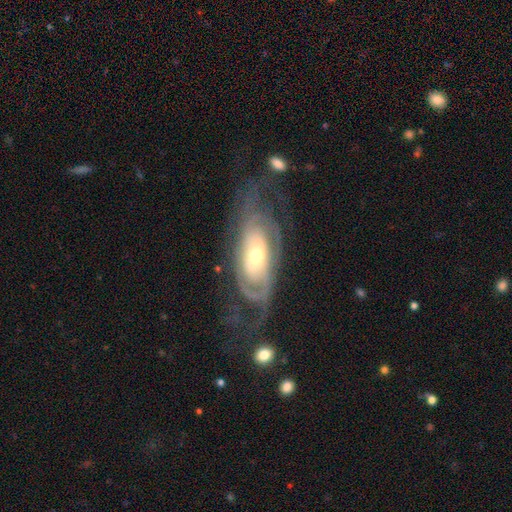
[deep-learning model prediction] featured or disk 84%, smooth 11%, star or artifact 6%. Down the decision tree: edge-on disk — no (92%); bar — no (65%); spiral arms — yes (90%); spiral arm count — can't tell (41%); spiral winding — tight (63%); bulge size — moderate (49%); merging — none (62%).